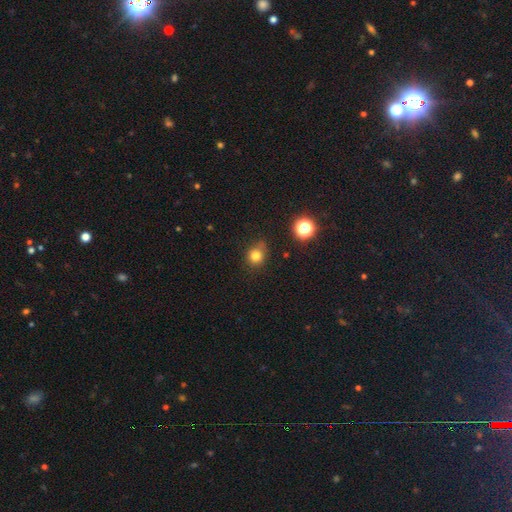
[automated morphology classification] This appears to be a smooth galaxy with no disk features (79%) that is round (79%). Merging: none (68%).